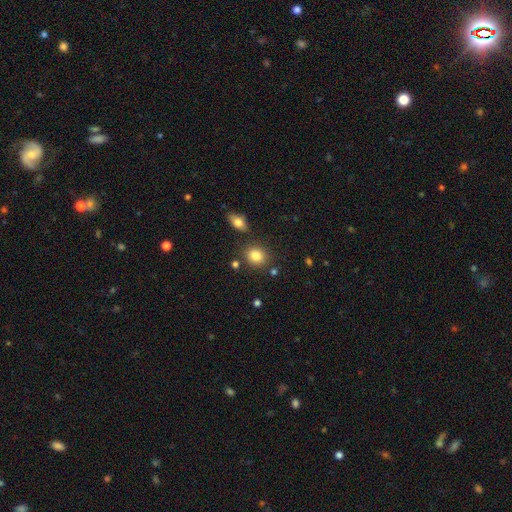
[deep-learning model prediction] Morphology: type=smooth (84%); roundness=round (69%); merging=none (80%).